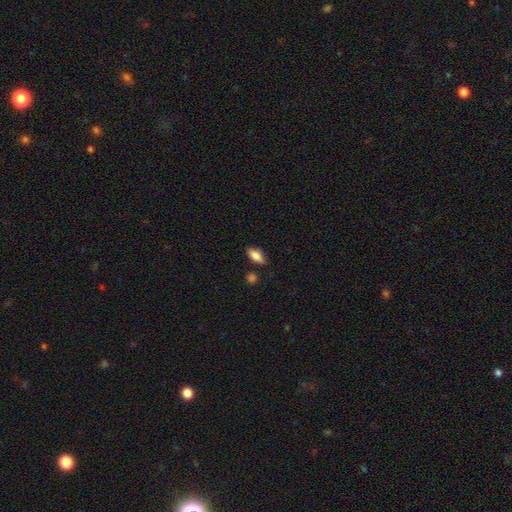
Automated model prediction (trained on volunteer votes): A smooth galaxy with no disk features (81%) that is in between round and cigar-shaped (83%).

Vote fractions:
- Smooth or featured? smooth: 81% / featured or disk: 12% / star or artifact: 7%
- How rounded? in between: 83% / cigar-shaped: 14% / round: 4%
- Merging? none: 81% / minor disturbance: 13% / merger: 3% / major disturbance: 3%